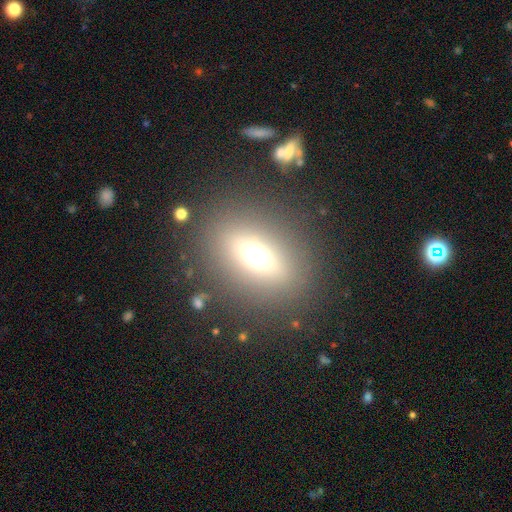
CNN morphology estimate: This is possibly a smooth galaxy (57%). How rounded: possibly in between (59%). Merging: clearly none (84%).